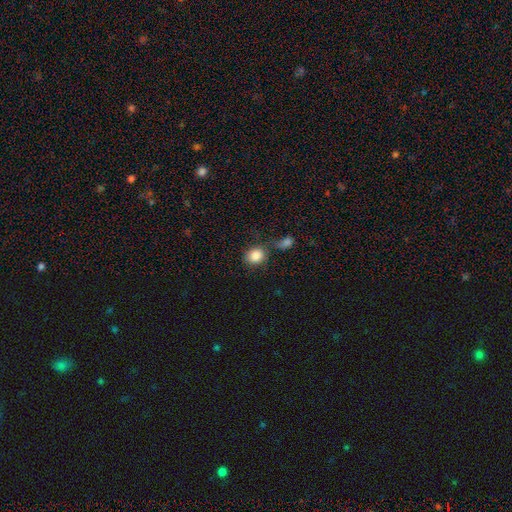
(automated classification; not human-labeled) The model was most divided on "how rounded": round: 63%, in between: 36%, cigar-shaped: 1%. More confident: smooth or featured — smooth (86%); merging — none (61%).